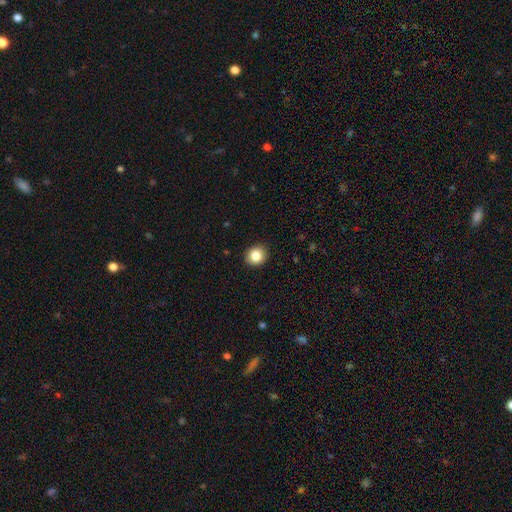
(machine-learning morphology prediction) This appears to be a smooth galaxy with no disk features (85%) that is round (79%). Merging: none (90%).